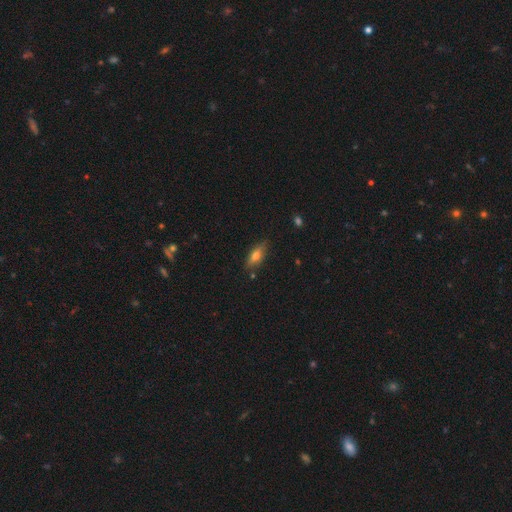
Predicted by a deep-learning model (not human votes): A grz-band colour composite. It shows a smooth galaxy with no disk features (55%) that is in between round and cigar-shaped (59%). Merging: none (82%).